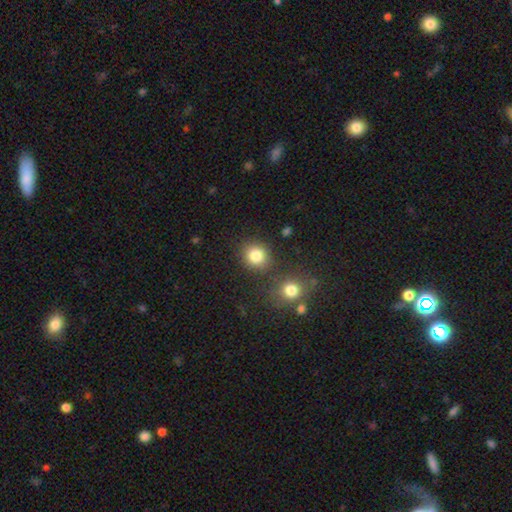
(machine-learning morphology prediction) type=smooth (84%); roundness=round (80%); merging=none (78%).